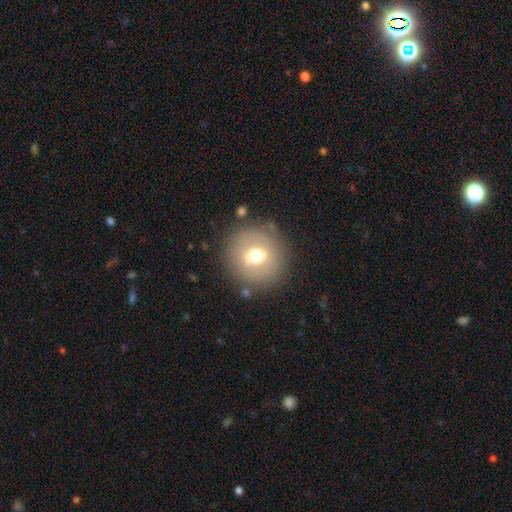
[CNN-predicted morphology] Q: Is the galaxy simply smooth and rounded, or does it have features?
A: smooth — 58%.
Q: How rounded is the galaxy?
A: round — 93%.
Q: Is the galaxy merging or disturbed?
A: none — 83%.